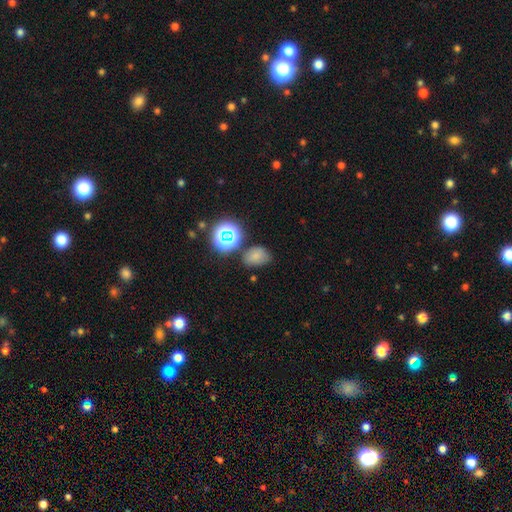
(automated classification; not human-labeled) A smooth galaxy with no disk features (70%) that is in between round and cigar-shaped (69%).

Vote fractions:
- Smooth or featured? smooth: 70% / star or artifact: 21% / featured or disk: 10%
- How rounded? in between: 69% / round: 30% / cigar-shaped: 1%
- Merging? none: 65% / minor disturbance: 20% / merger: 8% / major disturbance: 6%